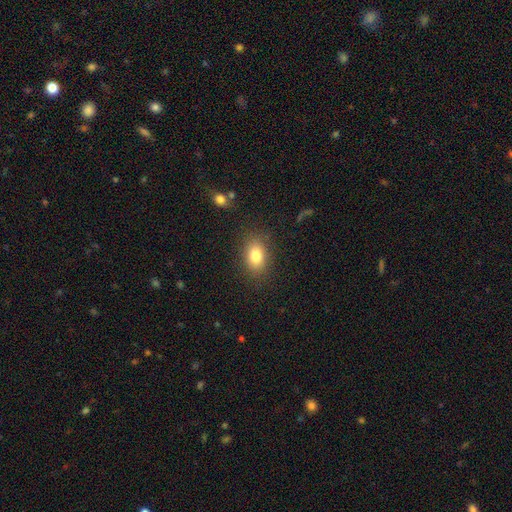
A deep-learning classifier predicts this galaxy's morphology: This is clearly a smooth galaxy (81%). How rounded: likely in between (78%). Merging: clearly none (84%).